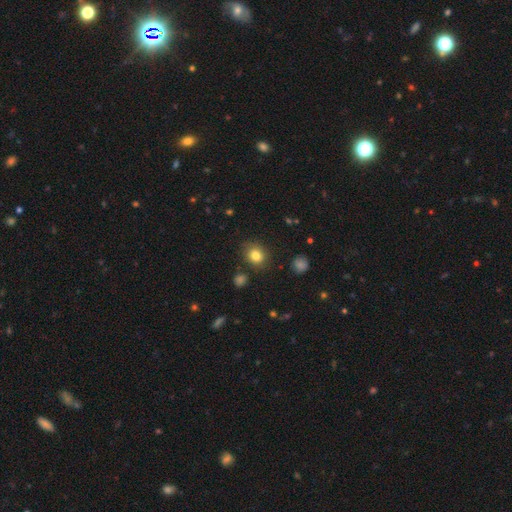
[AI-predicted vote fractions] Q: Smooth or featured?
A: smooth (82%); runner-up: star or artifact (11%)
Q: How rounded?
A: round (69%); runner-up: in between (31%)
Q: Merging?
A: none (84%); runner-up: minor disturbance (11%)